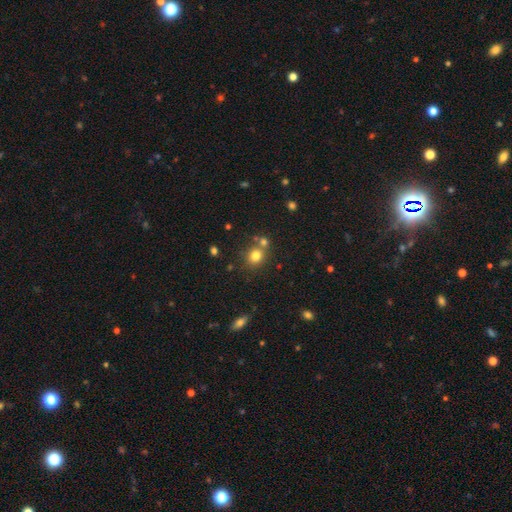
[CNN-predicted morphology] This is likely a smooth galaxy (77%). How rounded: likely round (79%). Merging: likely none (64%).